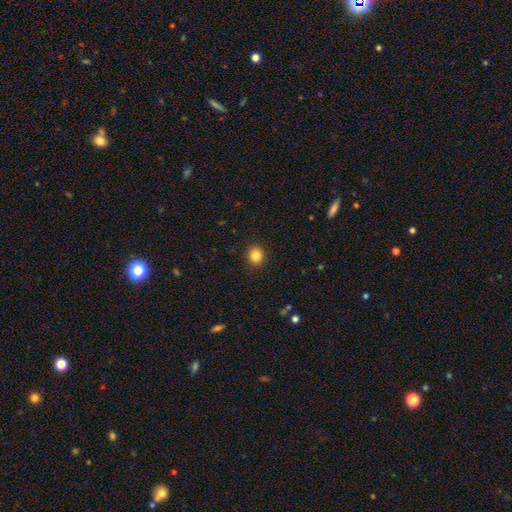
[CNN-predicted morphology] smooth_or_featured: smooth (p=0.84) [alt: star or artifact p=0.11]
how_rounded: round (p=0.81) [alt: in between p=0.18]
merging: none (p=0.92) [alt: minor disturbance p=0.06]